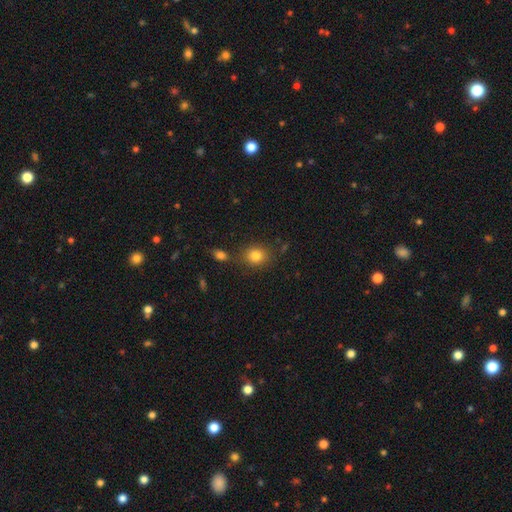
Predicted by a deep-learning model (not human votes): smooth 82%, star or artifact 11%, featured or disk 7%. Down the decision tree: how rounded — round (68%); merging — none (76%).